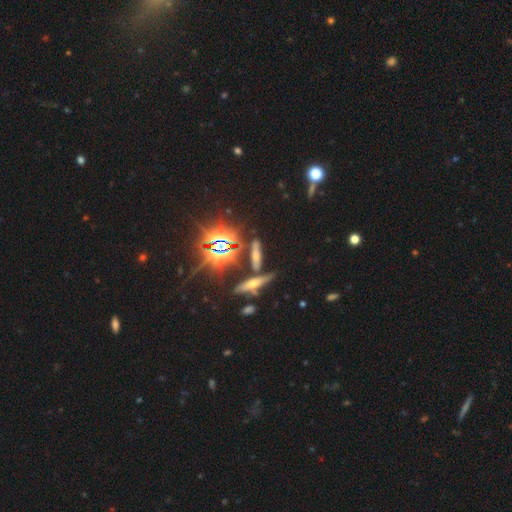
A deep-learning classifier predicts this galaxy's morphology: star or artifact 38%, smooth 37%, featured or disk 25%.